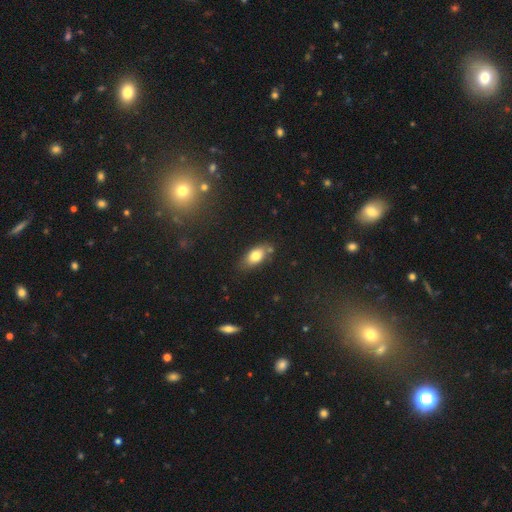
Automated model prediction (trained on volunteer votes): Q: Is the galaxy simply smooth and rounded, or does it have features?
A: smooth — 78%.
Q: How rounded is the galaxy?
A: in between — 87%.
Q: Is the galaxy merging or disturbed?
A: none — 71%.